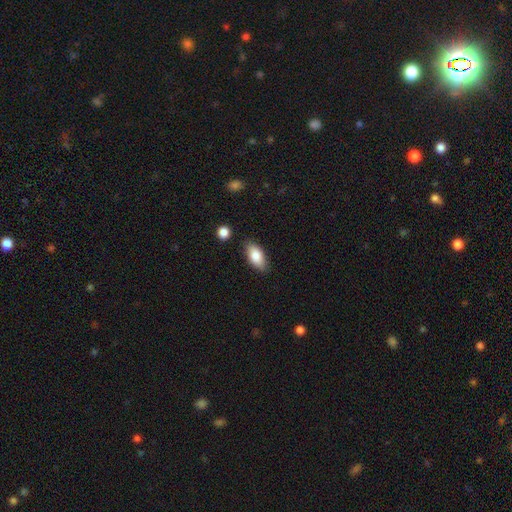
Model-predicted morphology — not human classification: This is clearly a smooth galaxy (82%). How rounded: clearly in between (90%). Merging: clearly none (85%).